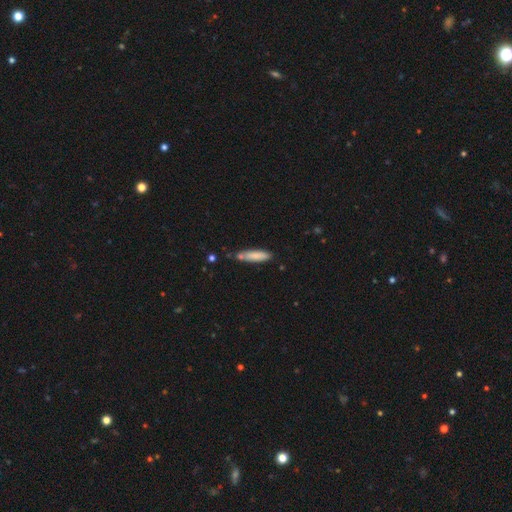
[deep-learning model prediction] Smooth or featured? smooth (81%)
How rounded? cigar-shaped (77%)
Merging? none (71%)